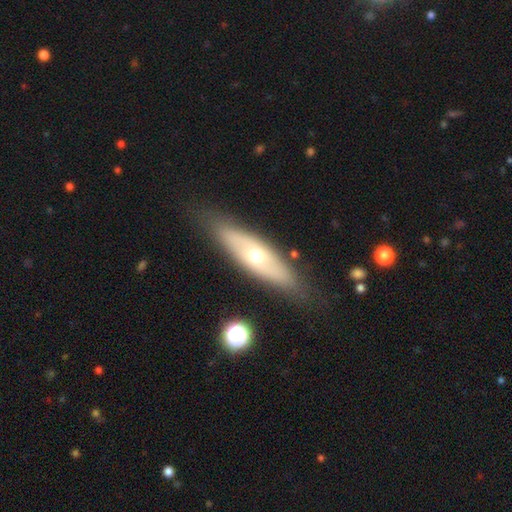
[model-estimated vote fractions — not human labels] A featured or disk galaxy (49%).

Vote fractions:
- Smooth or featured? featured or disk: 49% / smooth: 44% / star or artifact: 7%
- Merging? none: 81% / minor disturbance: 13% / major disturbance: 4% / merger: 2%